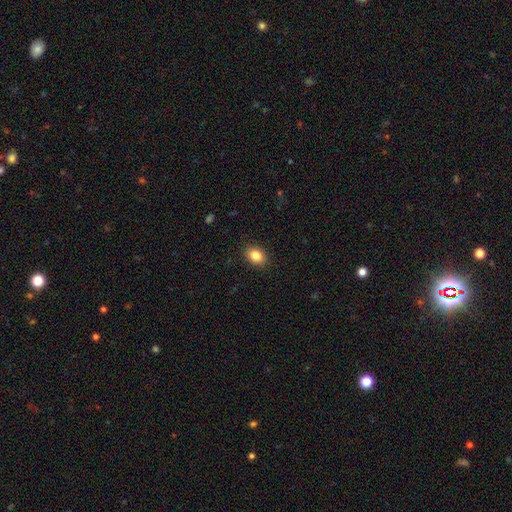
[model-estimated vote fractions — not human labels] smooth 85%, star or artifact 9%, featured or disk 6%. Down the decision tree: how rounded — in between (73%); merging — none (89%).